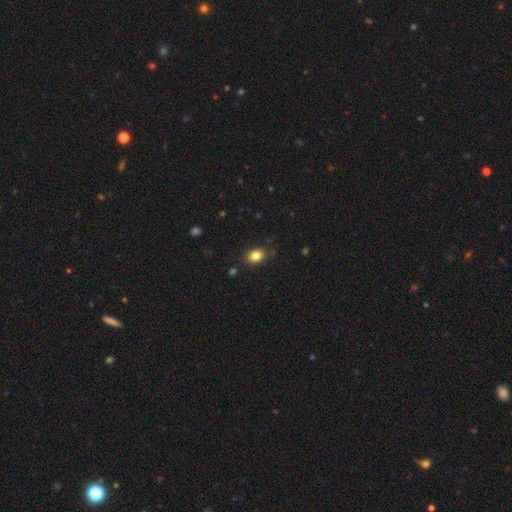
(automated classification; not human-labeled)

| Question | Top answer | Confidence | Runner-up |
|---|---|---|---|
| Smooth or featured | smooth | 84% | star or artifact (10%) |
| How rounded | in between | 68% | round (31%) |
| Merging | none | 84% | minor disturbance (12%) |